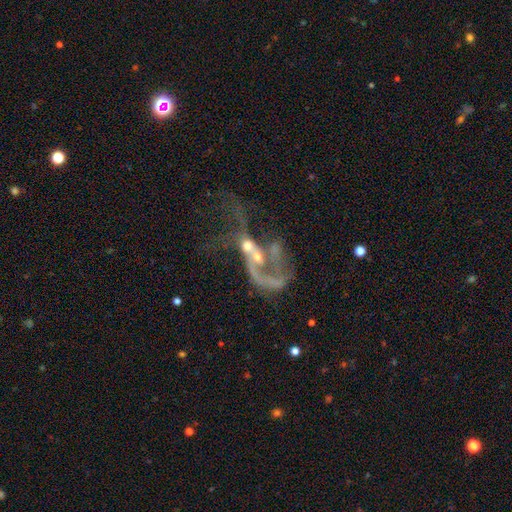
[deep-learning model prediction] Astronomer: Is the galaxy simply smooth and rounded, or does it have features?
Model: featured or disk — 75%.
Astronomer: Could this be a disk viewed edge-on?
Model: no — 96%.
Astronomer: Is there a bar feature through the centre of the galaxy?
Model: no — 70%.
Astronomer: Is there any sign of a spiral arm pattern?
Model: yes — 62% (runner-up: no, 38%).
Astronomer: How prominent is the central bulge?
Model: moderate — 42% (runner-up: small, 36%).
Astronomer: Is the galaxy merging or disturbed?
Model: merger — 60%.